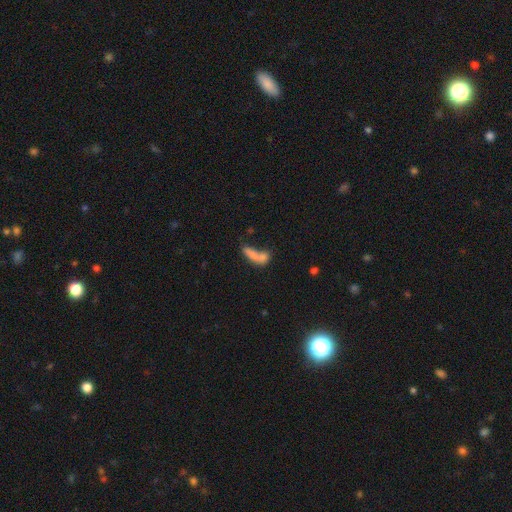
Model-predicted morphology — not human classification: Smooth or featured?
  - smooth: 71% *
  - featured or disk: 18%
  - star or artifact: 11%
How rounded?
  - in between: 53% *
  - cigar-shaped: 40%
  - round: 6%
Merging?
  - merger: 49% *
  - none: 26%
  - major disturbance: 13%
  - minor disturbance: 12%